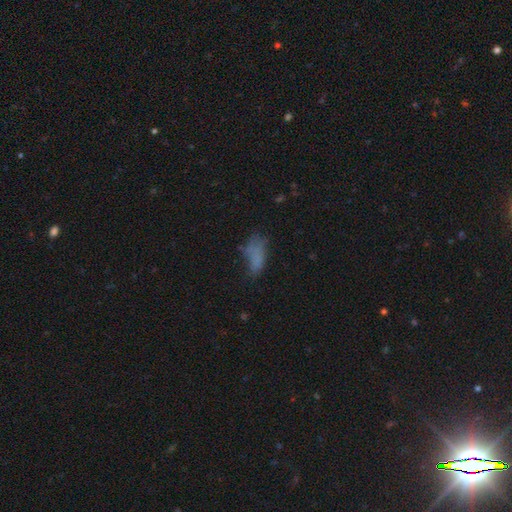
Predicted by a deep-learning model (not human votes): A smooth galaxy with no disk features (63%) that is in between round and cigar-shaped (82%). Merging: none (40%).